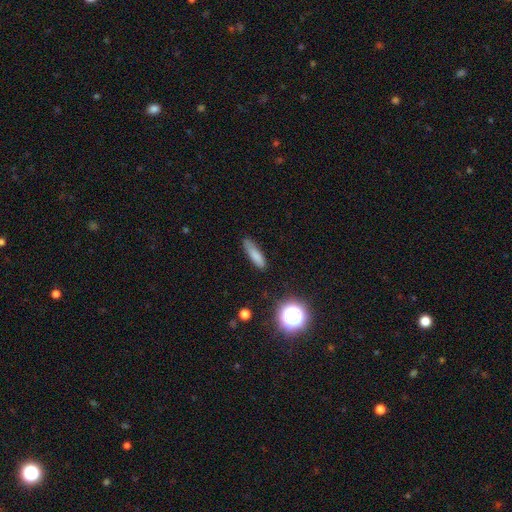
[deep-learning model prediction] Overall: smooth (78%). How rounded: cigar-shaped (73%). Merging: none (74%).